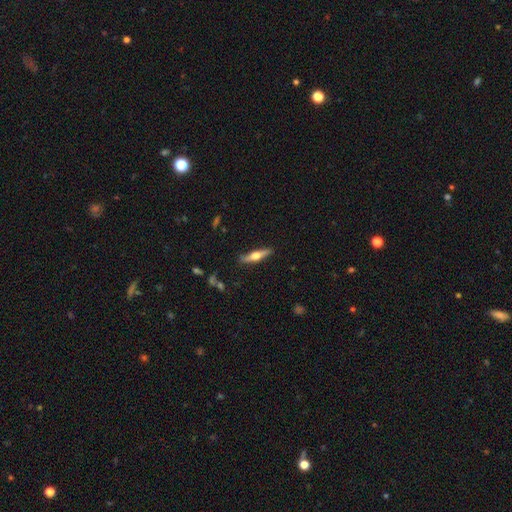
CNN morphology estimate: Overall: featured or disk (56%; smooth 38%). Edge-on disk: yes (95%). Edge-on bulge: rounded (93%). Merging: none (87%).